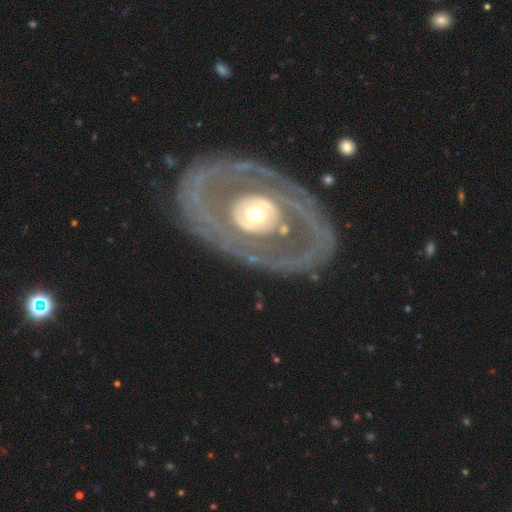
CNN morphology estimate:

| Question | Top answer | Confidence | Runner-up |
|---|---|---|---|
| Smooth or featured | featured or disk | 78% | smooth (17%) |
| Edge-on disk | no | 93% | yes (7%) |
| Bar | no | 84% | weak (10%) |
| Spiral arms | no | 63% | yes (37%) |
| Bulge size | moderate | 58% | small (26%) |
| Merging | none | 80% | minor disturbance (12%) |